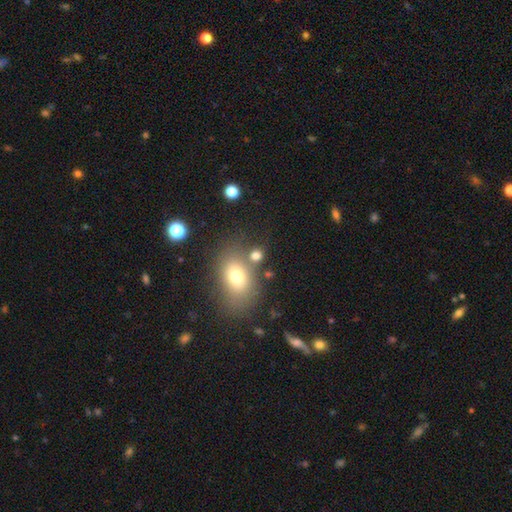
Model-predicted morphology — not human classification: Smooth or featured? smooth (74%)
How rounded? round (52%)
Merging? none (61%)